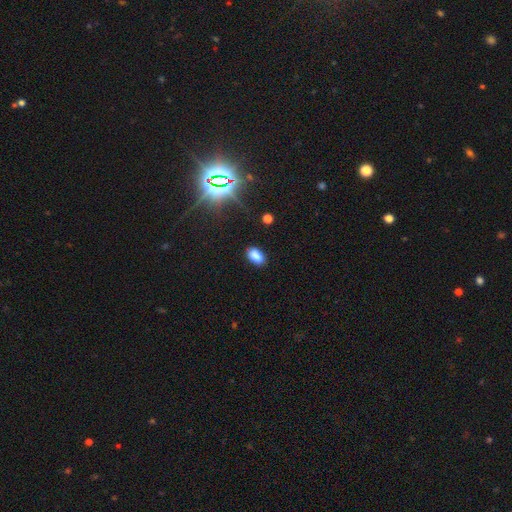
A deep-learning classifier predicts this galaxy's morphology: Overall: smooth (83%). How rounded: in between (91%). Merging: none (84%).